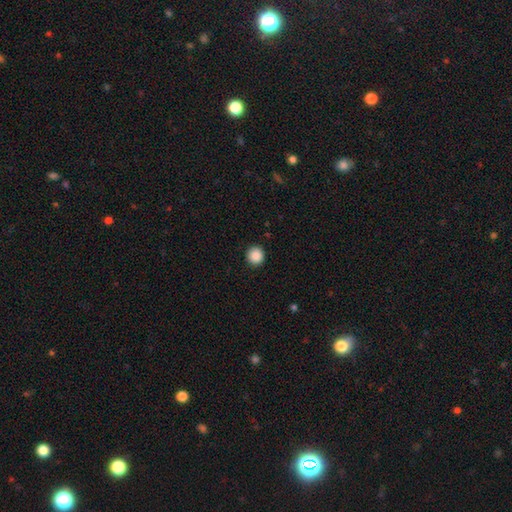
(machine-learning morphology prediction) Smooth or featured? smooth (89%)
How rounded? round (94%)
Merging? none (92%)